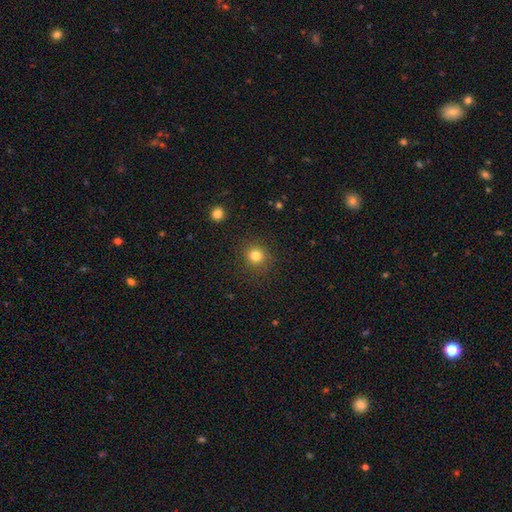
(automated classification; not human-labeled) Overall: smooth (81%). How rounded: round (91%). Merging: none (88%).